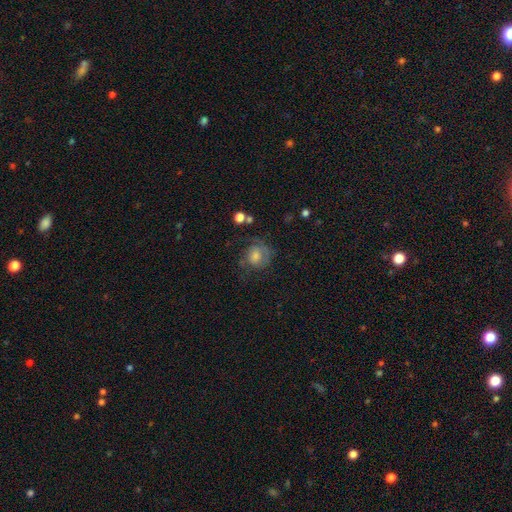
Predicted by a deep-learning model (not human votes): Smooth or featured? featured or disk (49%)
Merging? none (56%)